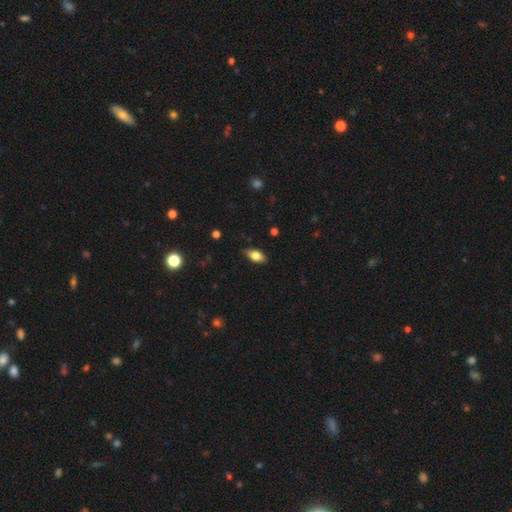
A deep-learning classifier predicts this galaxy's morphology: A smooth galaxy with no disk features (75%) that is in between round and cigar-shaped (88%).

Vote fractions:
- Smooth or featured? smooth: 75% / featured or disk: 18% / star or artifact: 8%
- How rounded? in between: 88% / cigar-shaped: 7% / round: 5%
- Merging? none: 83% / minor disturbance: 14% / major disturbance: 2% / merger: 1%